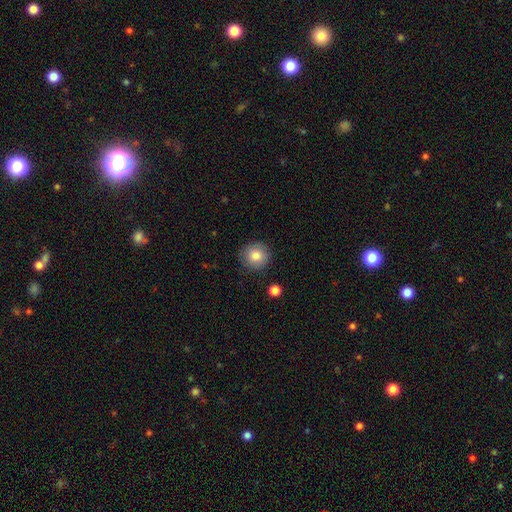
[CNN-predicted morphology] A smooth galaxy with no disk features (84%) that is round (92%).

Vote fractions:
- Smooth or featured? smooth: 84% / star or artifact: 9% / featured or disk: 8%
- How rounded? round: 92% / in between: 7% / cigar-shaped: 1%
- Merging? none: 88% / minor disturbance: 8% / major disturbance: 2% / merger: 2%